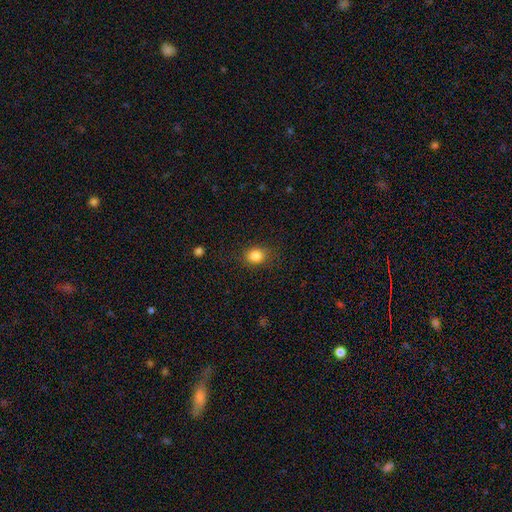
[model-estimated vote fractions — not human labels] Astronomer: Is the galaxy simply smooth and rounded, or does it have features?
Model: smooth — 85%.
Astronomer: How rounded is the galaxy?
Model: round — 58% (runner-up: in between, 41%).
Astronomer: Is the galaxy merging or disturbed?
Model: none — 83%.